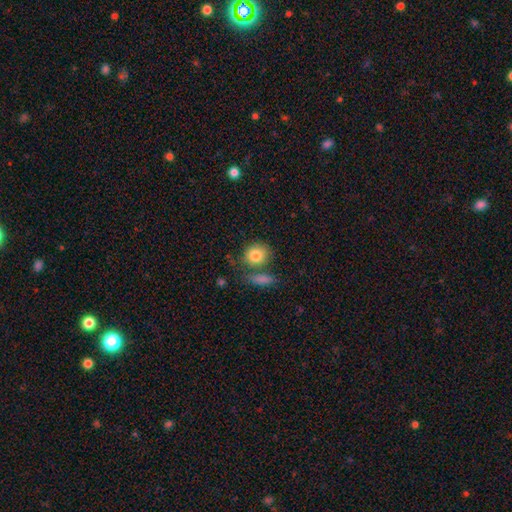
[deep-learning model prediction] Smooth or featured? smooth (83%)
How rounded? round (72%)
Merging? none (62%)